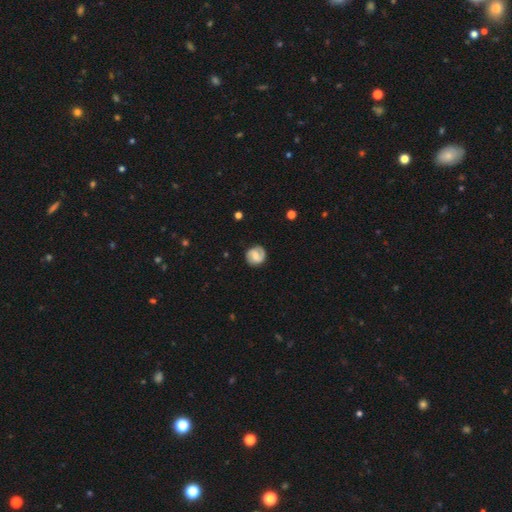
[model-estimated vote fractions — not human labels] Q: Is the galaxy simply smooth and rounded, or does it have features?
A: featured or disk — 61%.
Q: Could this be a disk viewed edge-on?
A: no — 98%.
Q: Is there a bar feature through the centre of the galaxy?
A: weak — 50%.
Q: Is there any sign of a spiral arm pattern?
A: yes — 90%.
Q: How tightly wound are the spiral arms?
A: medium — 42%.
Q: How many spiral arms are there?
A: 2 — 82%.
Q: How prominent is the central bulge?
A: moderate — 40%, tied with small.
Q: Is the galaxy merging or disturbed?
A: none — 82%.